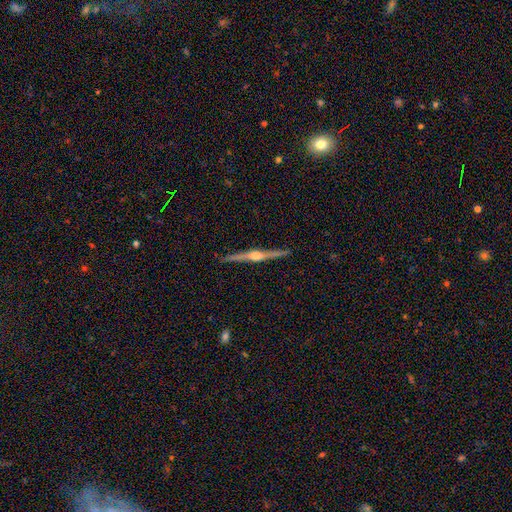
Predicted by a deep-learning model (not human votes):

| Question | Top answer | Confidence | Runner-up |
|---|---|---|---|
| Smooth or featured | featured or disk | 87% | smooth (8%) |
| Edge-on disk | yes | 99% | no (1%) |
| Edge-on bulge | rounded | 91% | boxy (6%) |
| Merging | none | 92% | minor disturbance (5%) |